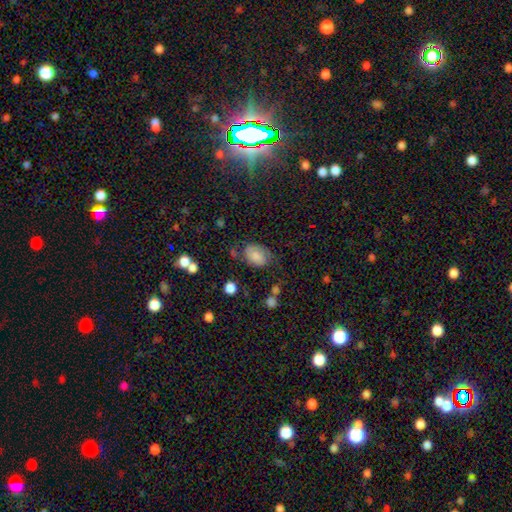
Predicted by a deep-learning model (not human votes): This appears to be a smooth galaxy with no disk features (65%) that is in between round and cigar-shaped (76%). Merging: none (59%).